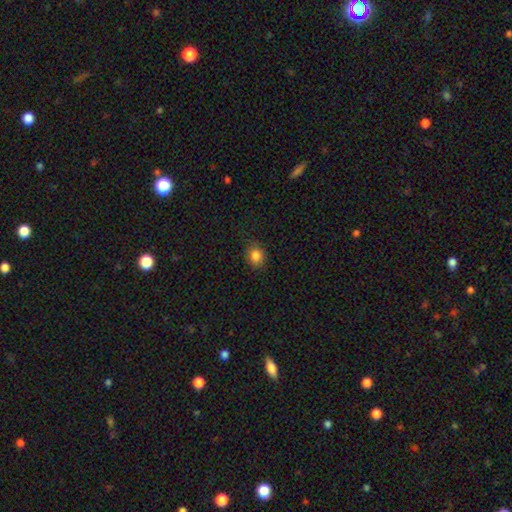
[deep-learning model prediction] This is clearly a smooth galaxy (85%). How rounded: possibly round (58%). Merging: clearly none (84%).